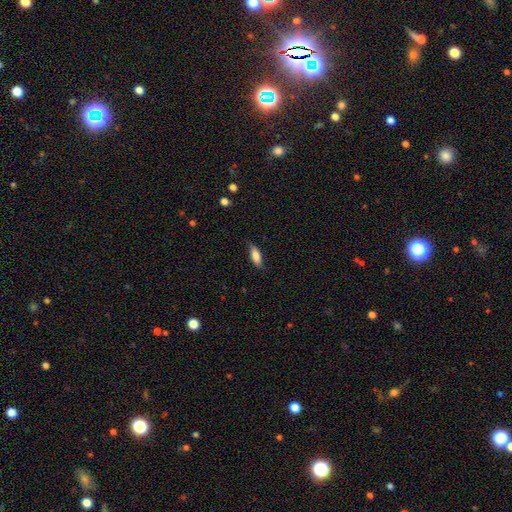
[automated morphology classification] Q: Smooth or featured?
A: smooth (82%); runner-up: featured or disk (11%)
Q: How rounded?
A: in between (69%); runner-up: cigar-shaped (29%)
Q: Merging?
A: none (81%); runner-up: minor disturbance (15%)